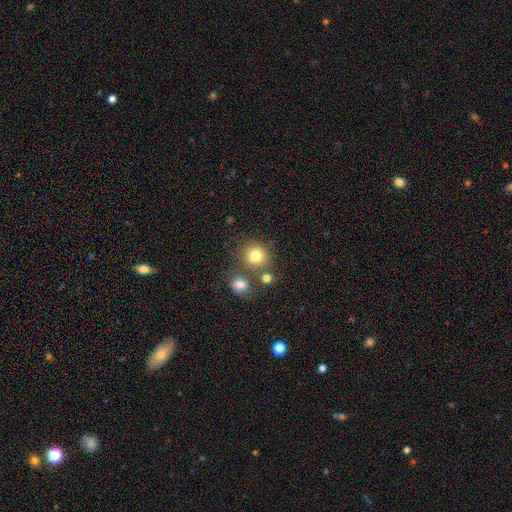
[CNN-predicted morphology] Q: Smooth or featured?
A: smooth (78%); runner-up: star or artifact (13%)
Q: How rounded?
A: round (87%); runner-up: in between (12%)
Q: Merging?
A: none (70%); runner-up: merger (16%)